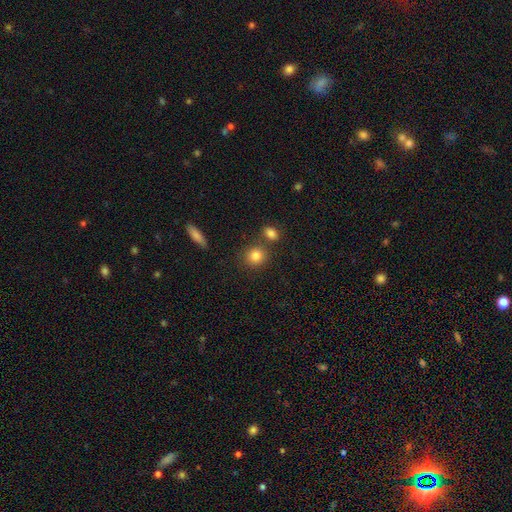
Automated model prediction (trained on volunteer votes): Overall: smooth (84%). How rounded: round (83%). Merging: none (73%).